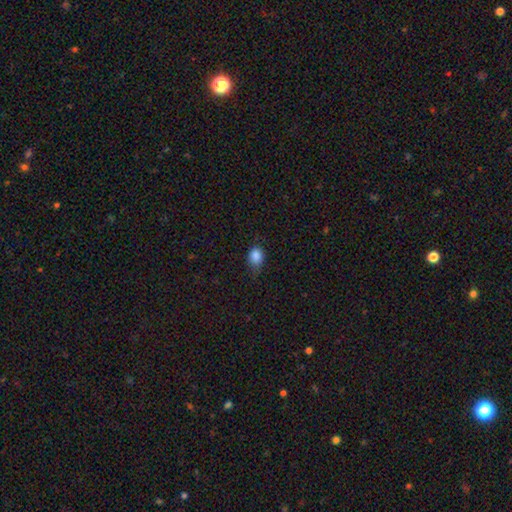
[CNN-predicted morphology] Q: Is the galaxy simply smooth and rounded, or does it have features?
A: smooth — 85%.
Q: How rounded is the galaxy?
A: round — 52%.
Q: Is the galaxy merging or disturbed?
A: none — 56%.